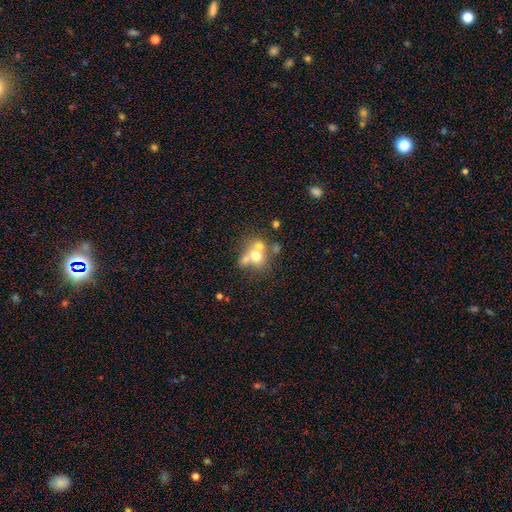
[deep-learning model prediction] Morphology: type=smooth (59%); roundness=round (66%); merging=merger (55%).